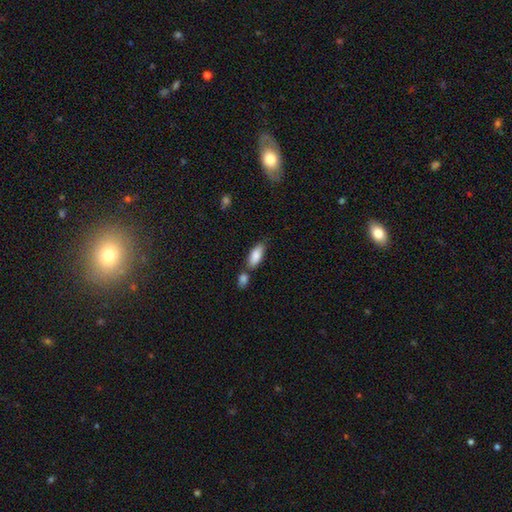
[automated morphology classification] Smooth or featured: smooth — 86% (featured or disk — 8%)
How rounded: in between — 80% (cigar-shaped — 18%)
Merging: none — 55% (merger — 26%)